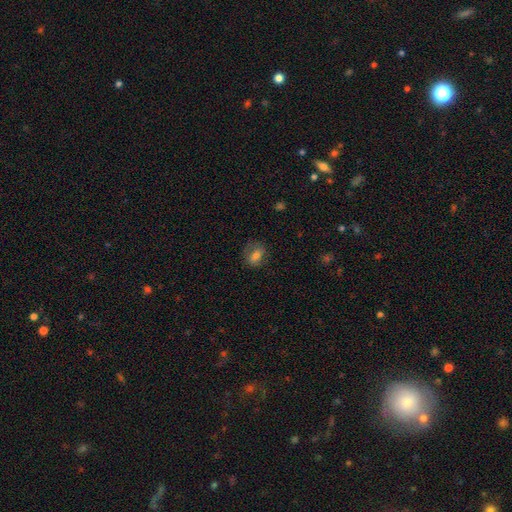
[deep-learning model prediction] Smooth or featured?
  - smooth: 74% *
  - featured or disk: 15%
  - star or artifact: 11%
How rounded?
  - in between: 59% *
  - round: 39%
  - cigar-shaped: 2%
Merging?
  - none: 72% *
  - minor disturbance: 20%
  - major disturbance: 7%
  - merger: 1%